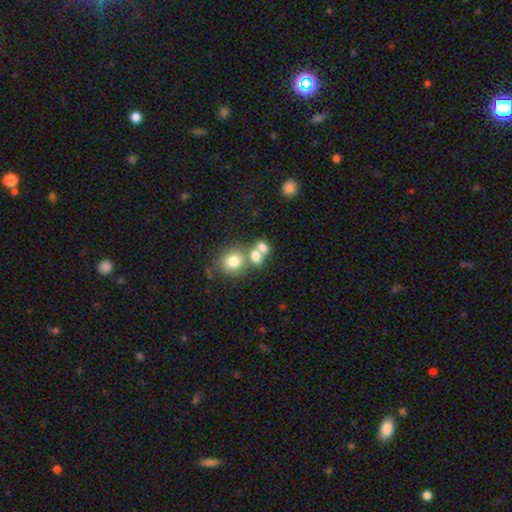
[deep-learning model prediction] Smooth or featured?
  - smooth: 73% *
  - featured or disk: 14%
  - star or artifact: 13%
How rounded?
  - round: 53% *
  - in between: 45%
  - cigar-shaped: 1%
Merging?
  - merger: 50% *
  - none: 36%
  - minor disturbance: 8%
  - major disturbance: 5%